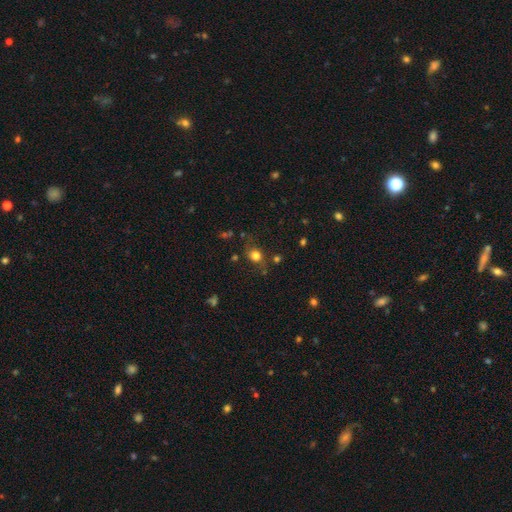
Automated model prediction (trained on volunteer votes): Smooth or featured: smooth — 74% (star or artifact — 15%)
How rounded: round — 67% (in between — 31%)
Merging: none — 70% (minor disturbance — 18%)